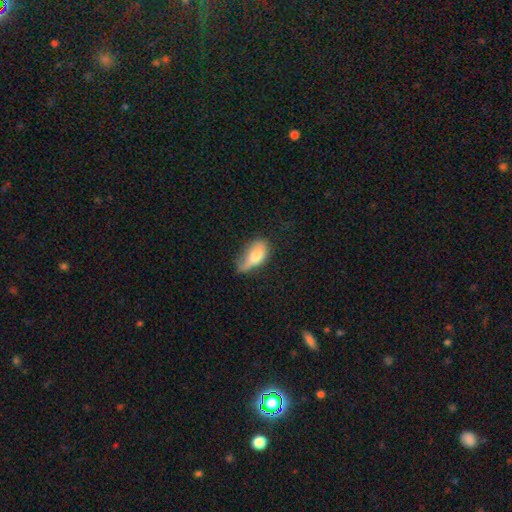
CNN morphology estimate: A smooth galaxy with no disk features (72%) that is in between round and cigar-shaped (88%). Merging: minor disturbance (43%).